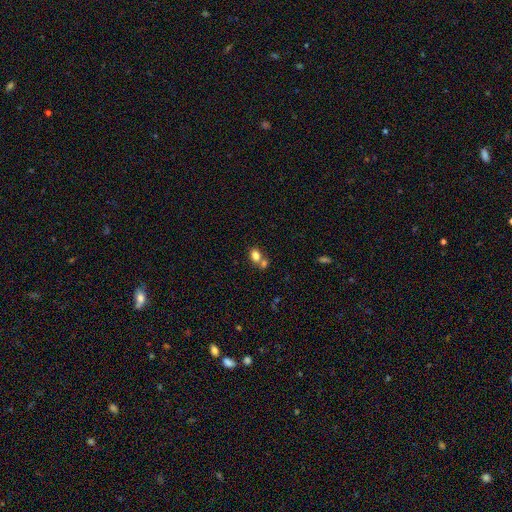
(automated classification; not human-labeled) smooth 80%, star or artifact 11%, featured or disk 9%. Down the decision tree: how rounded — in between (63%); merging — merger (44%).